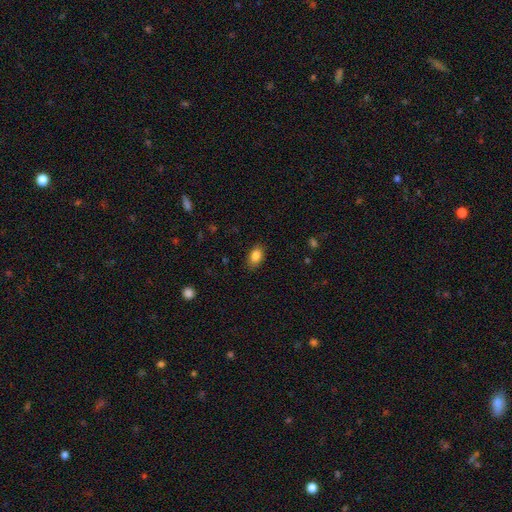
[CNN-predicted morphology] Overall: smooth (85%). How rounded: in between (88%). Merging: none (85%).